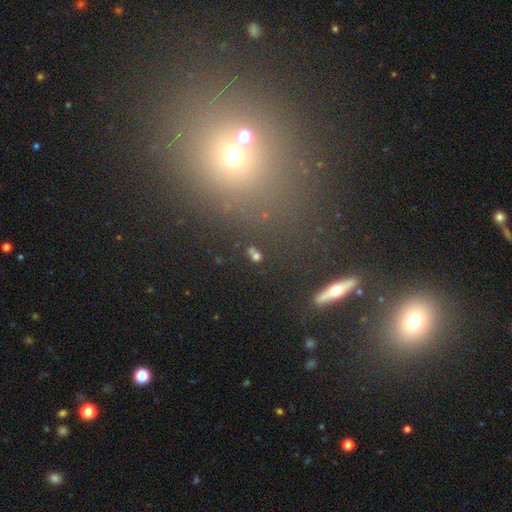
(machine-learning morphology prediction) This appears to be a smooth galaxy with no disk features (64%) that is in between round and cigar-shaped (69%). Merging: none (61%).